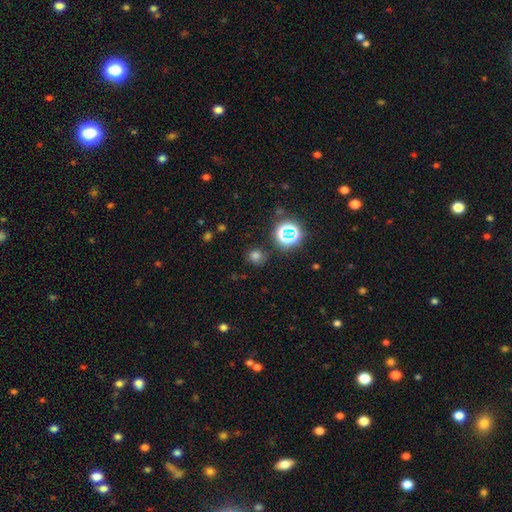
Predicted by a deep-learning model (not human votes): Overall: smooth (68%). How rounded: round (84%). Merging: none (80%).